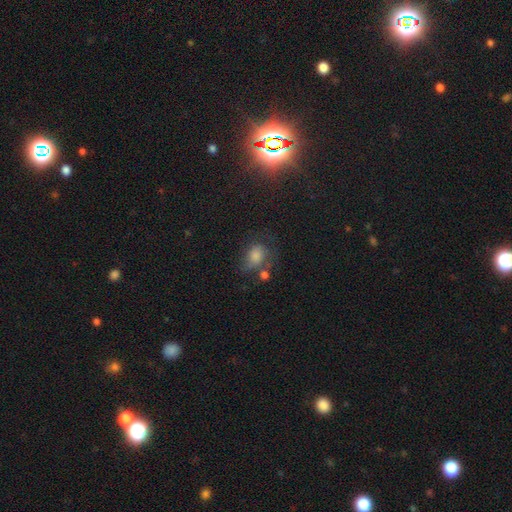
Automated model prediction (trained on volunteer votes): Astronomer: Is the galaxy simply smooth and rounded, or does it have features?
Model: smooth — 54%.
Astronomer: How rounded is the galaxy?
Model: in between — 55% (runner-up: round, 43%).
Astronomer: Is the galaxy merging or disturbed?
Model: none — 49% (runner-up: minor disturbance, 24%).